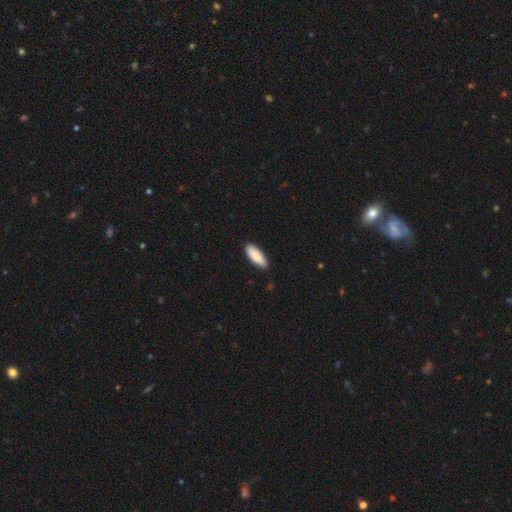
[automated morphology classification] Smooth or featured: smooth — 89% (featured or disk — 6%)
How rounded: in between — 71% (cigar-shaped — 27%)
Merging: none — 88% (minor disturbance — 9%)